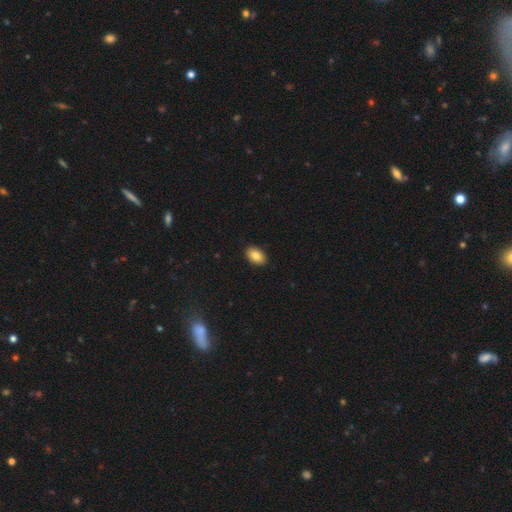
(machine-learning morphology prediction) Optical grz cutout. It shows a smooth galaxy with no disk features (85%) that is in between round and cigar-shaped (90%). Merging: none (90%).